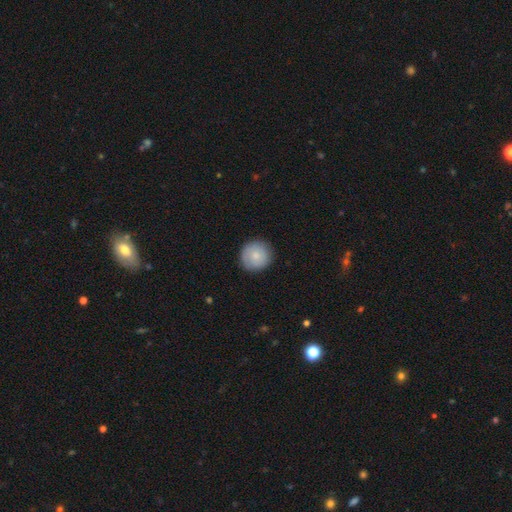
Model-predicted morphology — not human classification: Smooth or featured: smooth — 80% (featured or disk — 14%)
How rounded: round — 93% (in between — 6%)
Merging: none — 88% (minor disturbance — 9%)